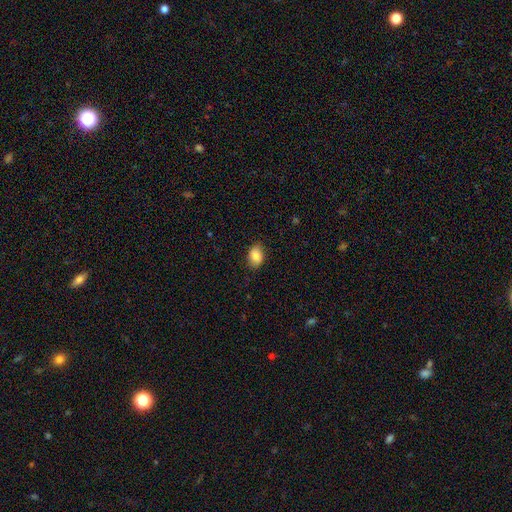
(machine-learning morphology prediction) smooth_or_featured: smooth (p=0.87) [alt: star or artifact p=0.08]
how_rounded: in between (p=0.79) [alt: round p=0.20]
merging: none (p=0.84) [alt: minor disturbance p=0.12]